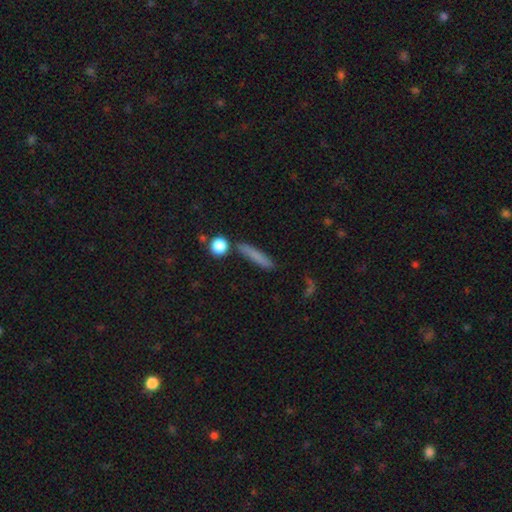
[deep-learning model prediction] Morphology: type=smooth (76%); roundness=cigar-shaped (87%); merging=none (80%).